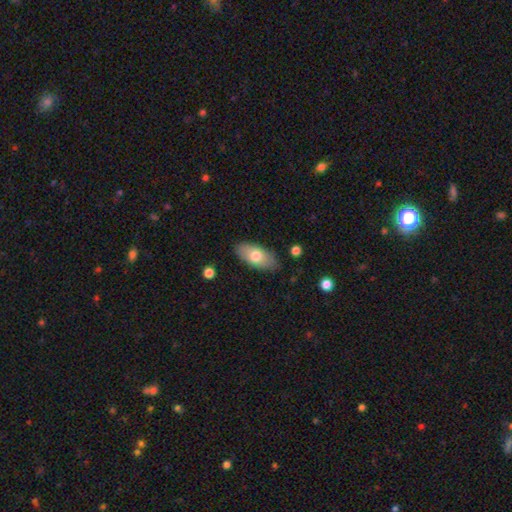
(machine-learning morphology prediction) smooth 74%, featured or disk 20%, star or artifact 6%. Down the decision tree: how rounded — in between (91%); merging — none (85%).